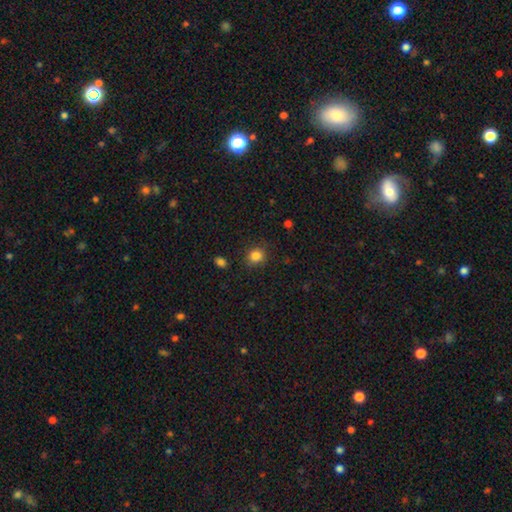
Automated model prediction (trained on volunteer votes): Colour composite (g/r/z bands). It shows a smooth galaxy with no disk features (84%) that is round (80%). Merging: none (86%).